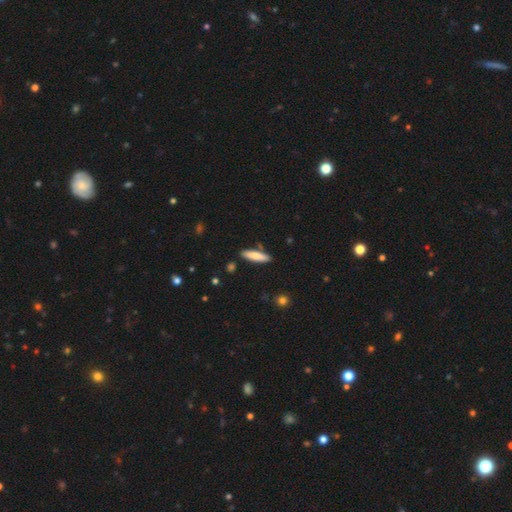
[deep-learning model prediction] A smooth galaxy with no disk features (79%) that is cigar-shaped (74%). Merging: none (85%).